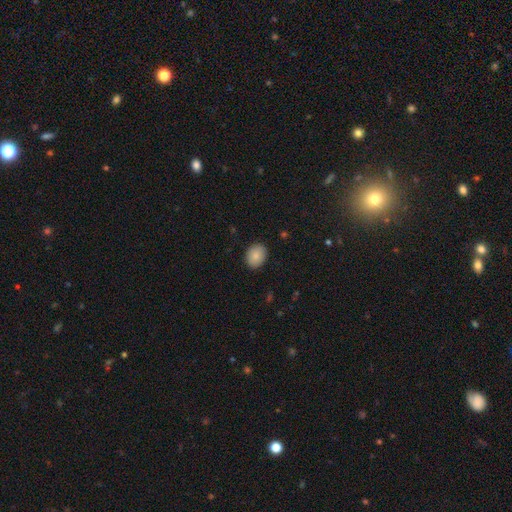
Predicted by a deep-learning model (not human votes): Overall: smooth (86%). How rounded: in between (63%; round 36%). Merging: none (88%).